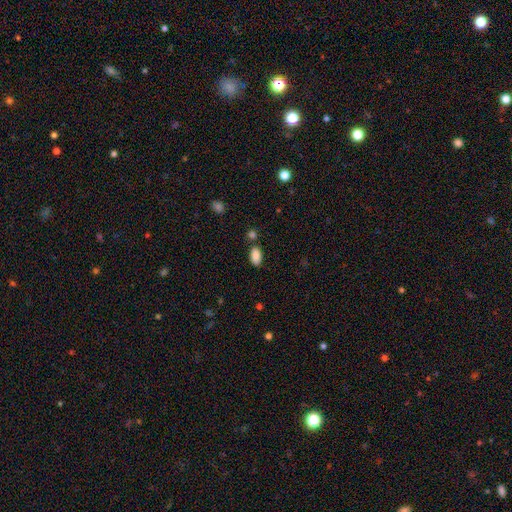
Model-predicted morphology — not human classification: A smooth galaxy with no disk features (87%) that is in between round and cigar-shaped (93%).

Vote fractions:
- Smooth or featured? smooth: 87% / star or artifact: 8% / featured or disk: 5%
- How rounded? in between: 93% / round: 4% / cigar-shaped: 3%
- Merging? none: 76% / minor disturbance: 12% / merger: 9% / major disturbance: 3%